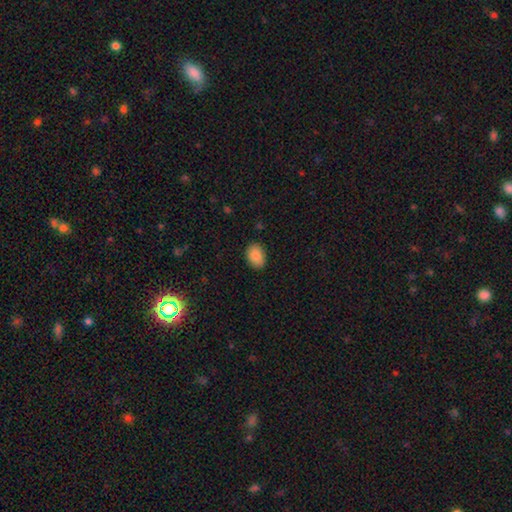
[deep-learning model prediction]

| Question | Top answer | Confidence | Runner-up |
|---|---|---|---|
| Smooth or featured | smooth | 88% | star or artifact (7%) |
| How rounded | in between | 83% | round (16%) |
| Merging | none | 88% | minor disturbance (9%) |